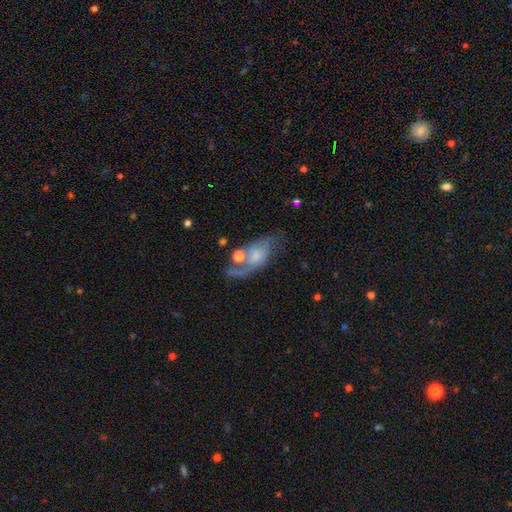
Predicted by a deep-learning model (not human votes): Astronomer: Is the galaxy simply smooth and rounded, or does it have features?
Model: featured or disk — 65%.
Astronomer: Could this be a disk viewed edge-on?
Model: no — 92%.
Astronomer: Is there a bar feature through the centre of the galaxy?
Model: no — 64%.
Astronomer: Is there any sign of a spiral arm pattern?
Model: yes — 82%.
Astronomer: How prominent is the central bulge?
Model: small — 43% (runner-up: moderate, 31%).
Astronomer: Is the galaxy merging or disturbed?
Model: none — 43% (runner-up: major disturbance, 21%).